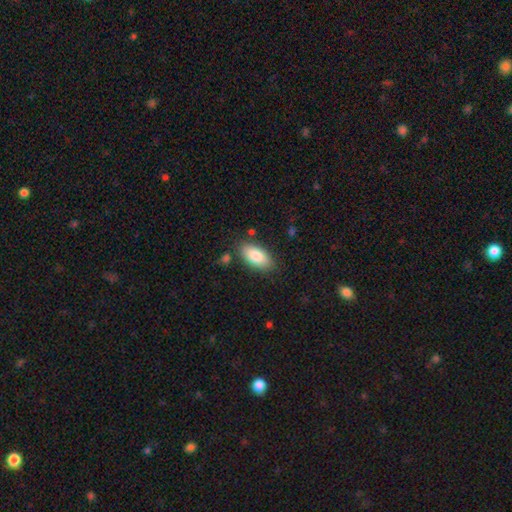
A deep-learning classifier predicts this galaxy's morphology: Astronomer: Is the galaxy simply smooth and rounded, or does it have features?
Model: smooth — 85%.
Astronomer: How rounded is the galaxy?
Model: in between — 91%.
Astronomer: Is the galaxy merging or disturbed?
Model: none — 82%.